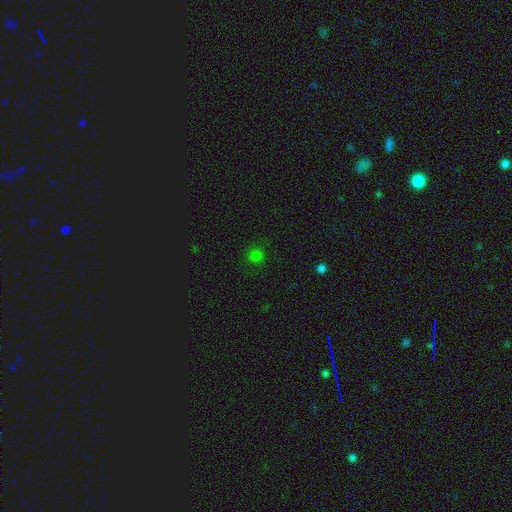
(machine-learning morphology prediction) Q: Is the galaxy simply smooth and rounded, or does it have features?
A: smooth — 76%.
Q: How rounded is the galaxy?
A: round — 92%.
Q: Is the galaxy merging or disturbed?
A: none — 89%.